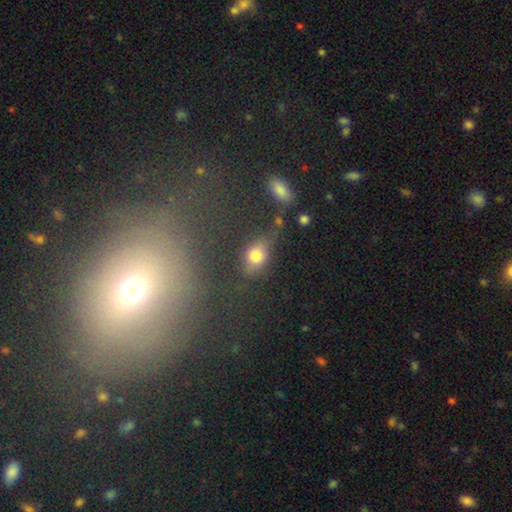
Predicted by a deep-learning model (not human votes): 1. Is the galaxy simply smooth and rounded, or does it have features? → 72% smooth, 16% star or artifact, 12% featured or disk.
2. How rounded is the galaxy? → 54% in between, 40% round, 6% cigar-shaped.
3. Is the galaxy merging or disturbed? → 59% none, 21% minor disturbance, 10% major disturbance, 10% merger.